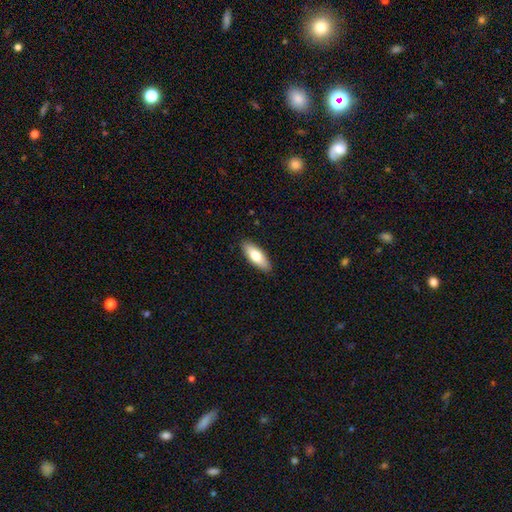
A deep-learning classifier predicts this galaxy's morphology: Smooth or featured?
  - smooth: 76% *
  - featured or disk: 18%
  - star or artifact: 6%
How rounded?
  - in between: 71% *
  - cigar-shaped: 27%
  - round: 2%
Merging?
  - none: 88% *
  - minor disturbance: 9%
  - major disturbance: 2%
  - merger: 1%